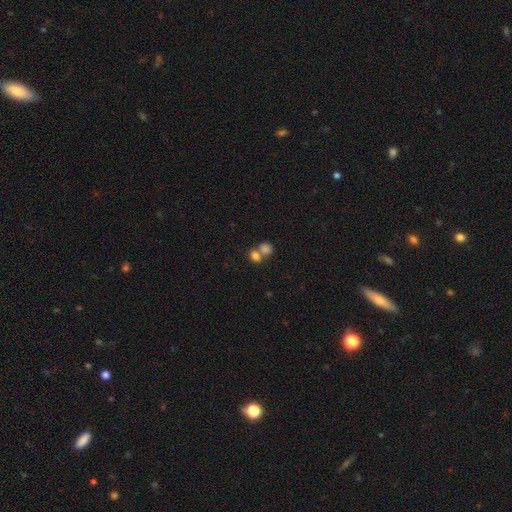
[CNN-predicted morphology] Overall: smooth (80%). How rounded: in between (53%; round 45%). Merging: merger (59%; none 31%).